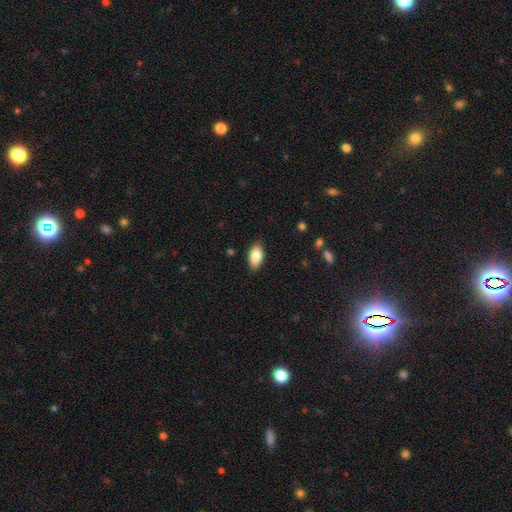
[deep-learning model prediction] A smooth galaxy with no disk features (84%) that is in between round and cigar-shaped (91%).

Vote fractions:
- Smooth or featured? smooth: 84% / featured or disk: 9% / star or artifact: 7%
- How rounded? in between: 91% / cigar-shaped: 6% / round: 3%
- Merging? none: 87% / minor disturbance: 10% / major disturbance: 2% / merger: 1%